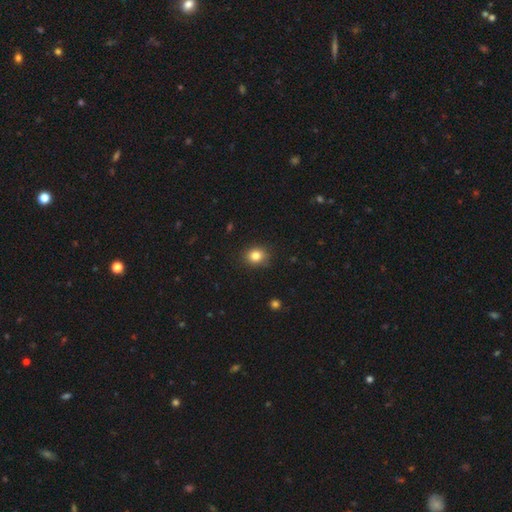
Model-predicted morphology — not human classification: This is clearly a smooth galaxy (82%). How rounded: likely round (69%). Merging: clearly none (88%).